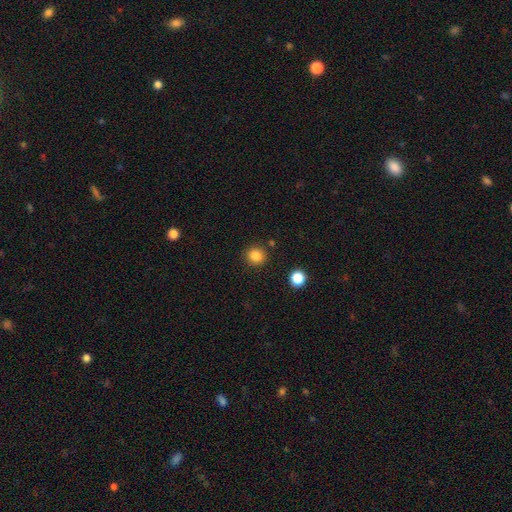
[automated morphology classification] A smooth galaxy with no disk features (84%) that is round (86%).

Vote fractions:
- Smooth or featured? smooth: 84% / star or artifact: 12% / featured or disk: 5%
- How rounded? round: 86% / in between: 13% / cigar-shaped: 1%
- Merging? none: 88% / minor disturbance: 7% / merger: 3% / major disturbance: 2%